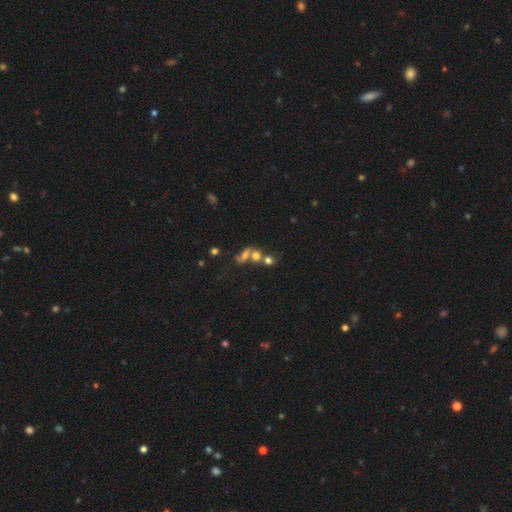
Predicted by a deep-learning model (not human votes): Smooth or featured: smooth — 54% (featured or disk — 26%)
How rounded: round — 58% (in between — 38%)
Merging: merger — 52% (none — 29%)